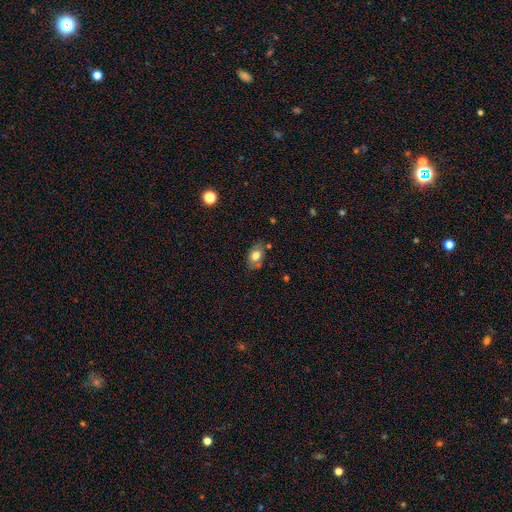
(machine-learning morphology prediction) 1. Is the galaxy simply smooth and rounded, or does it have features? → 73% smooth, 17% featured or disk, 9% star or artifact.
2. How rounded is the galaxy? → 80% in between, 18% round, 2% cigar-shaped.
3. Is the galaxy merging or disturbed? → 70% none, 20% minor disturbance, 5% merger, 4% major disturbance.